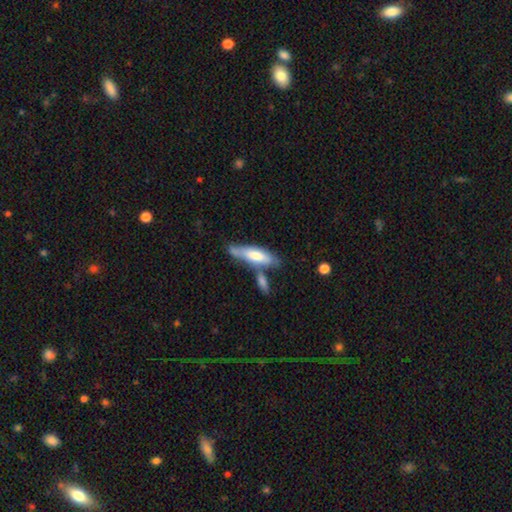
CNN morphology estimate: Smooth or featured: smooth — 59% (featured or disk — 36%)
How rounded: cigar-shaped — 58% (in between — 40%)
Merging: none — 49% (merger — 24%)